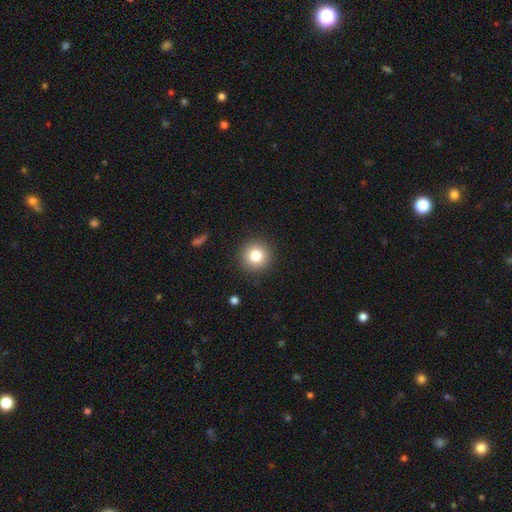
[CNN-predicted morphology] Smooth or featured?
  - smooth: 81% *
  - star or artifact: 11%
  - featured or disk: 8%
How rounded?
  - round: 95% *
  - in between: 4%
  - cigar-shaped: 1%
Merging?
  - none: 91% *
  - minor disturbance: 6%
  - major disturbance: 2%
  - merger: 1%